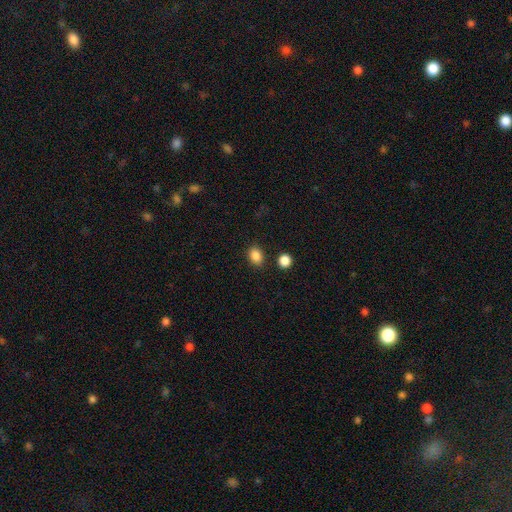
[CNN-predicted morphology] Smooth or featured?
  - smooth: 87% *
  - star or artifact: 10%
  - featured or disk: 4%
How rounded?
  - in between: 61% *
  - round: 38%
  - cigar-shaped: 1%
Merging?
  - none: 83% *
  - minor disturbance: 9%
  - merger: 5%
  - major disturbance: 3%